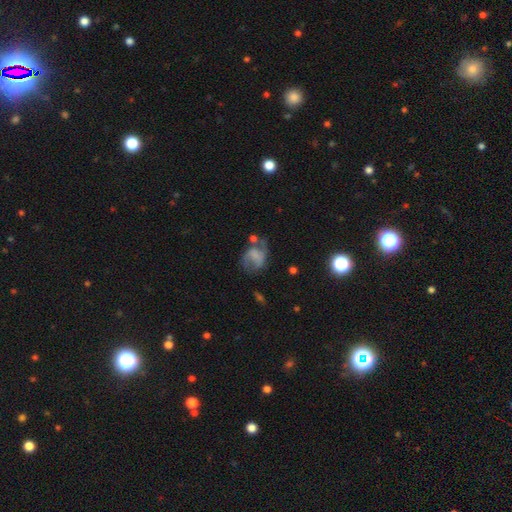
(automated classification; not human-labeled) smooth_or_featured: featured or disk (p=0.50) [alt: smooth p=0.38]
disk_edge_on: no (p=0.97) [alt: yes p=0.03]
merging: none (p=0.36) [alt: major disturbance p=0.29]